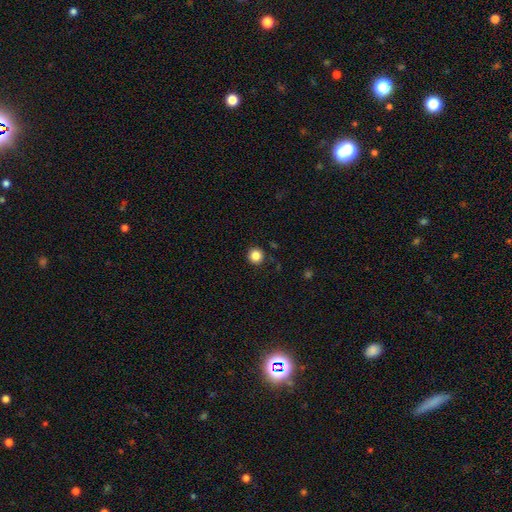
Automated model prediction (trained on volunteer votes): The model was most divided on "smooth or featured": smooth: 86%, star or artifact: 11%, featured or disk: 4%. More confident: how rounded — round (95%); merging — none (91%).